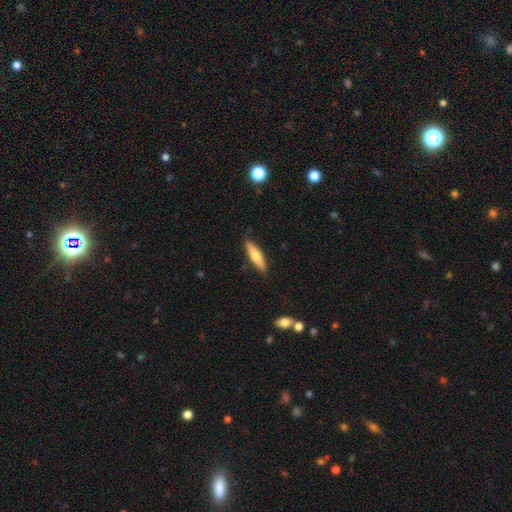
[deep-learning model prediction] Smooth or featured? smooth (59%)
How rounded? cigar-shaped (79%)
Merging? none (87%)